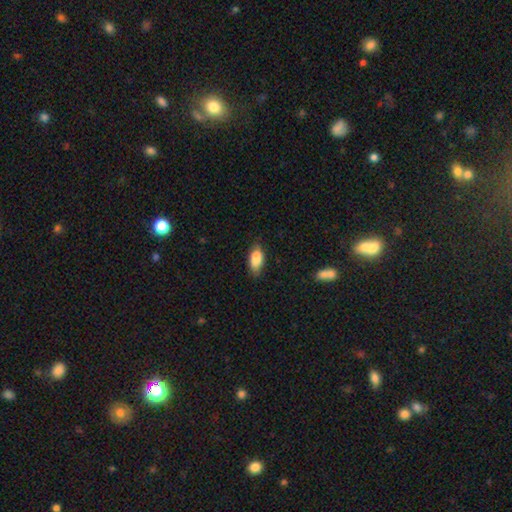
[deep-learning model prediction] This is clearly a smooth galaxy (87%). How rounded: clearly in between (87%). Merging: likely none (78%).